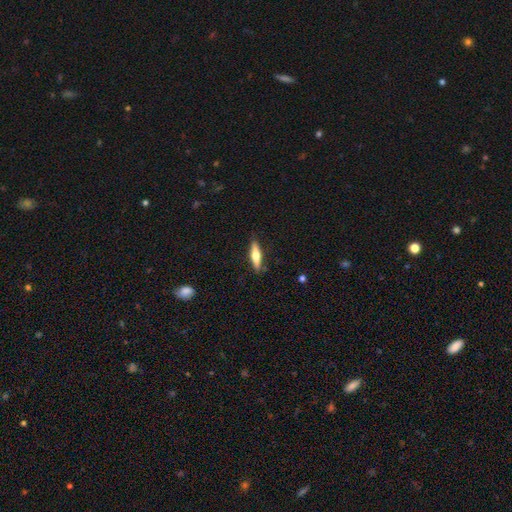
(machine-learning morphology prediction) smooth 50%, featured or disk 44%, star or artifact 6%. Down the decision tree: how rounded — cigar-shaped (68%); merging — none (85%).